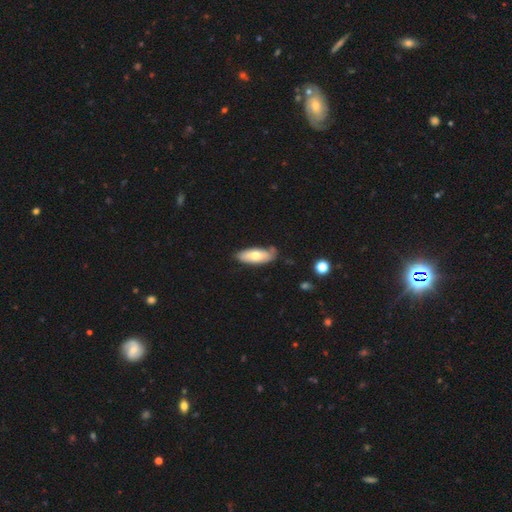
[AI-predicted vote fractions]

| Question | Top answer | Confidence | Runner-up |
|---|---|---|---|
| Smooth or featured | smooth | 64% | featured or disk (30%) |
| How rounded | in between | 78% | cigar-shaped (20%) |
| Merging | none | 66% | minor disturbance (25%) |